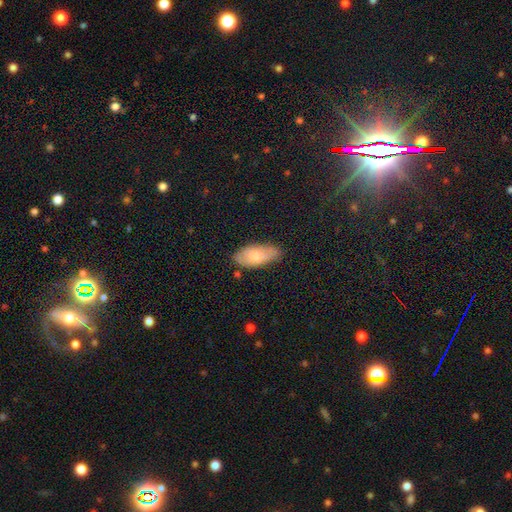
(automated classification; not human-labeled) This is likely a smooth galaxy (72%). How rounded: clearly in between (88%). Merging: likely none (75%).